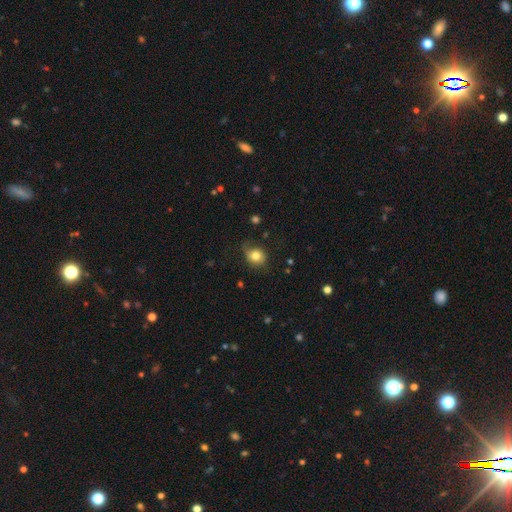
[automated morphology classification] Smooth or featured? smooth (78%)
How rounded? round (67%)
Merging? none (60%)